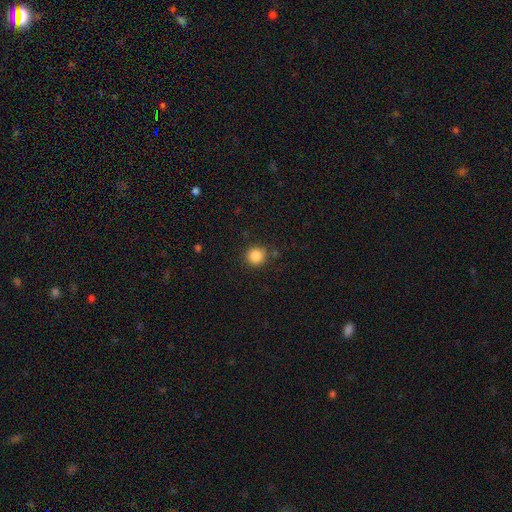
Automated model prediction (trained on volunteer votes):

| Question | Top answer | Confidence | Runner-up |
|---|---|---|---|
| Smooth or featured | smooth | 86% | star or artifact (10%) |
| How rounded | round | 91% | in between (8%) |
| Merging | none | 85% | minor disturbance (10%) |